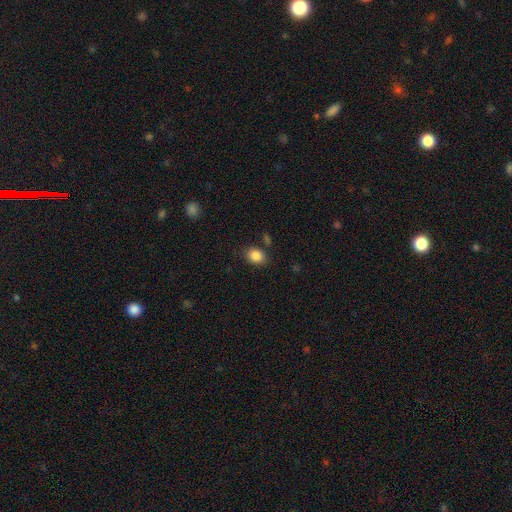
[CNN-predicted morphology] Smooth or featured: smooth — 85% (star or artifact — 10%)
How rounded: in between — 56% (round — 43%)
Merging: none — 81% (minor disturbance — 11%)